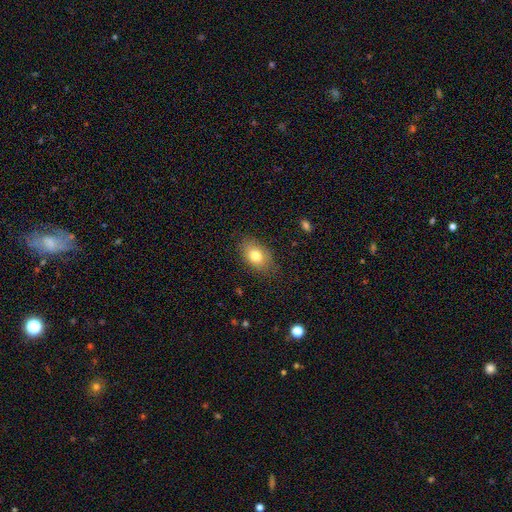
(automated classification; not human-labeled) Smooth or featured? smooth (78%)
How rounded? in between (85%)
Merging? none (81%)